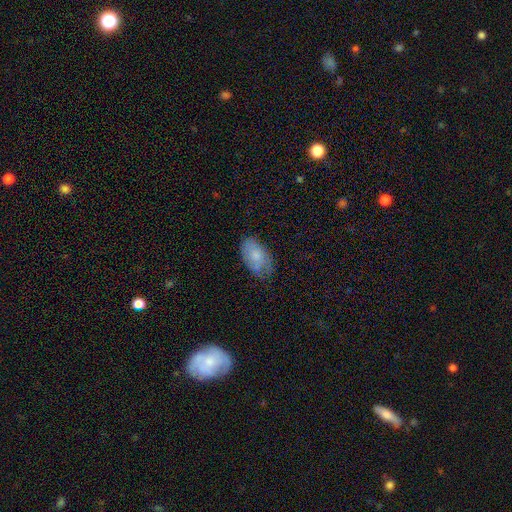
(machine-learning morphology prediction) smooth 67%, featured or disk 26%, star or artifact 7%. Down the decision tree: how rounded — in between (94%); merging — none (69%).